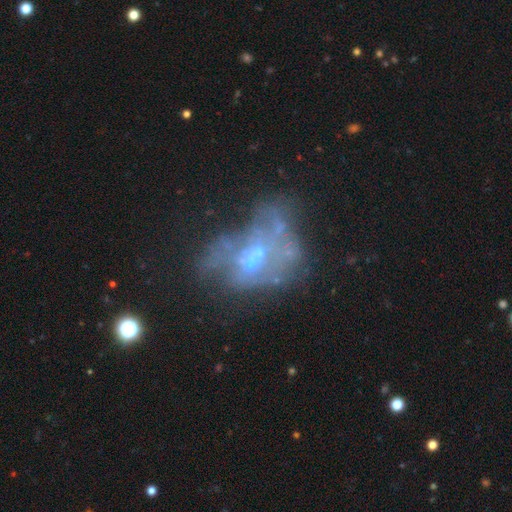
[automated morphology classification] Smooth or featured?
  - featured or disk: 62% *
  - star or artifact: 19%
  - smooth: 19%
Edge-on disk?
  - no: 97% *
  - yes: 3%
Bar?
  - no: 86% *
  - weak: 11%
  - strong: 3%
Spiral arms?
  - no: 88% *
  - yes: 12%
Bulge size?
  - small: 40% *
  - none: 39%
  - moderate: 18%
  - large: 2%
  - dominant: 1%
Merging?
  - merger: 32% *
  - major disturbance: 28%
  - none: 26%
  - minor disturbance: 14%